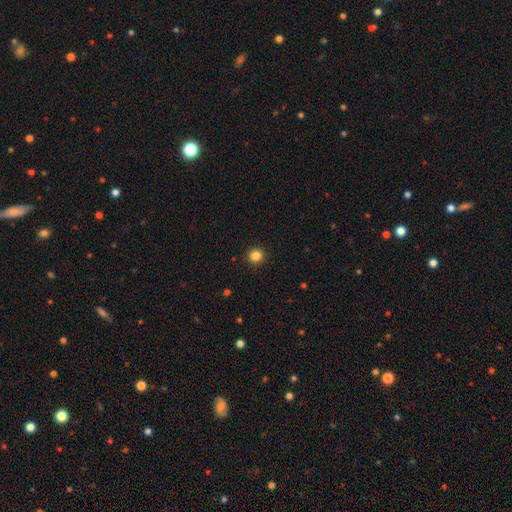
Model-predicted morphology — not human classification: Smooth or featured? Predicted: smooth (p=0.84). How rounded? Predicted: round (p=0.94). Merging? Predicted: none (p=0.93).